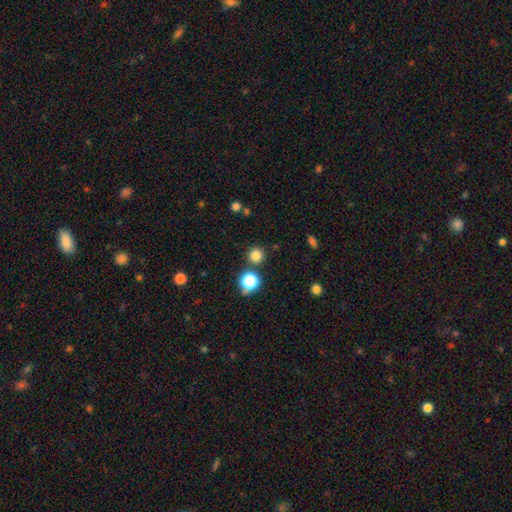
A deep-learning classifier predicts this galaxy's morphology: Smooth or featured?
  - smooth: 78% *
  - star or artifact: 17%
  - featured or disk: 5%
How rounded?
  - round: 94% *
  - in between: 5%
  - cigar-shaped: 1%
Merging?
  - none: 86% *
  - minor disturbance: 6%
  - merger: 5%
  - major disturbance: 3%